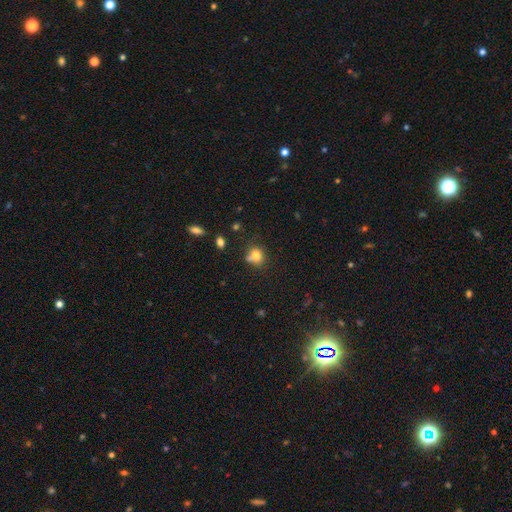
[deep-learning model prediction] smooth_or_featured: smooth (p=0.75) [alt: star or artifact p=0.13]
how_rounded: round (p=0.73) [alt: in between p=0.26]
merging: none (p=0.54) [alt: merger p=0.23]